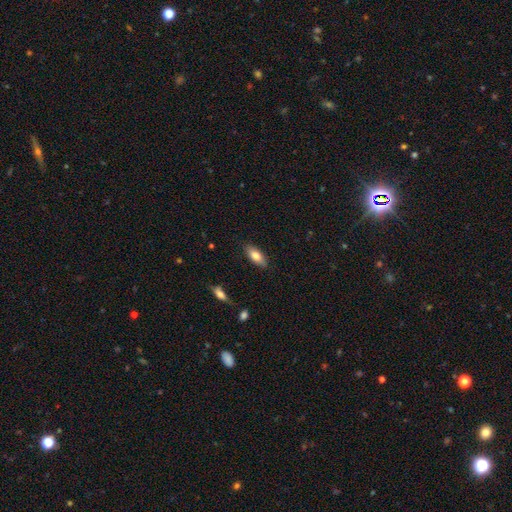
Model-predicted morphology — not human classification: smooth-or-featured: smooth: 77% | featured or disk: 17% | star or artifact: 7%
  how-rounded: in between: 81% | cigar-shaped: 17% | round: 2%
  merging: none: 86% | minor disturbance: 11% | major disturbance: 2% | merger: 1%